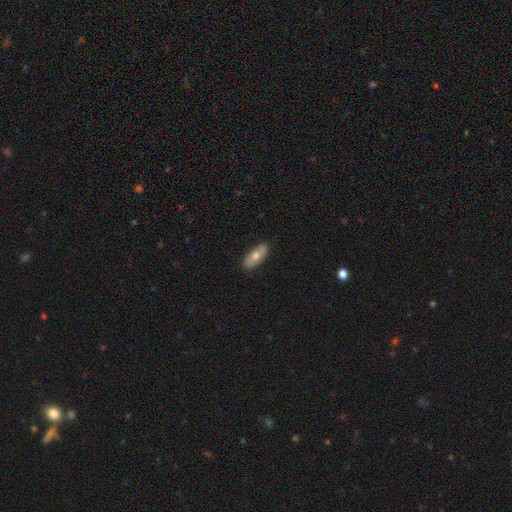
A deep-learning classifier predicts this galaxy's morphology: The model was most divided on "smooth or featured": smooth: 62%, featured or disk: 32%, star or artifact: 7%. More confident: merging — none (83%); how rounded — in between (76%).